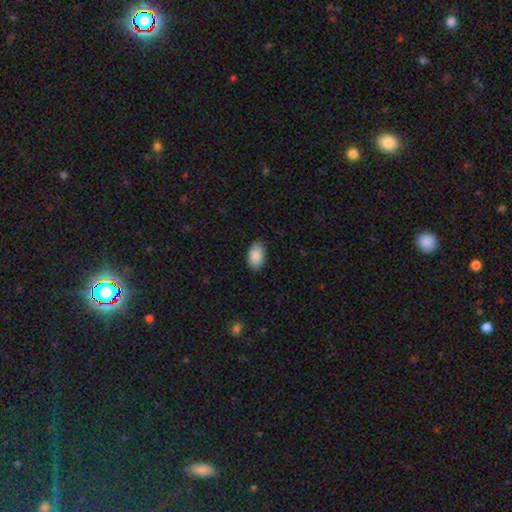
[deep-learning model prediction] A smooth galaxy with no disk features (88%) that is in between round and cigar-shaped (93%). Merging: none (79%).